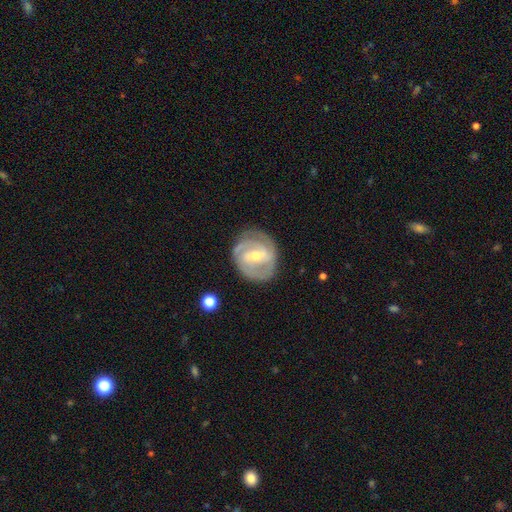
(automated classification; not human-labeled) smooth_or_featured: featured or disk (p=0.84) [alt: smooth p=0.12]
disk_edge_on: no (p=0.97) [alt: yes p=0.03]
bar: weak (p=0.50) [alt: strong p=0.33]
has_spiral_arms: yes (p=0.93) [alt: no p=0.07]
spiral_winding: tight (p=0.53) [alt: medium p=0.37]
spiral_arm_count: 2 (p=0.48) [alt: 3 p=0.24]
bulge_size: moderate (p=0.52) [alt: small p=0.44]
merging: none (p=0.77) [alt: minor disturbance p=0.15]